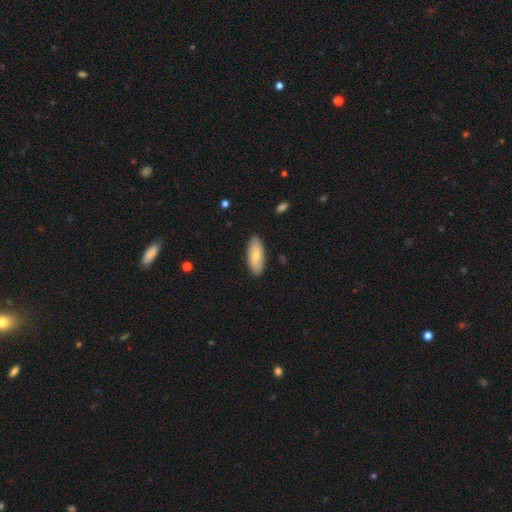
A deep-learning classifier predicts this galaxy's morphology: Smooth or featured: smooth — 72% (featured or disk — 22%)
How rounded: in between — 83% (cigar-shaped — 16%)
Merging: none — 86% (minor disturbance — 11%)